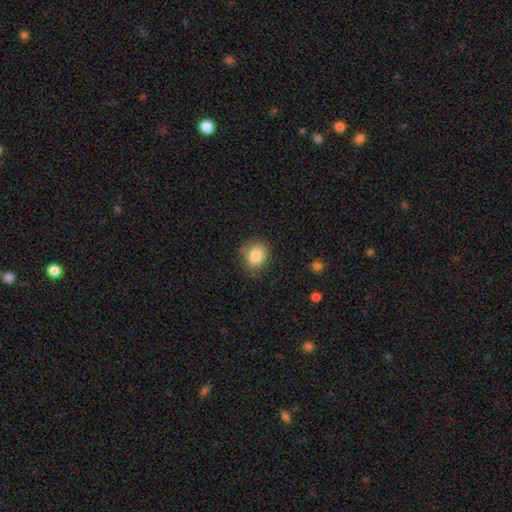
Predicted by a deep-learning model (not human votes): The model was most divided on "how rounded": round: 64%, in between: 35%, cigar-shaped: 1%. More confident: smooth or featured — smooth (84%); merging — none (76%).